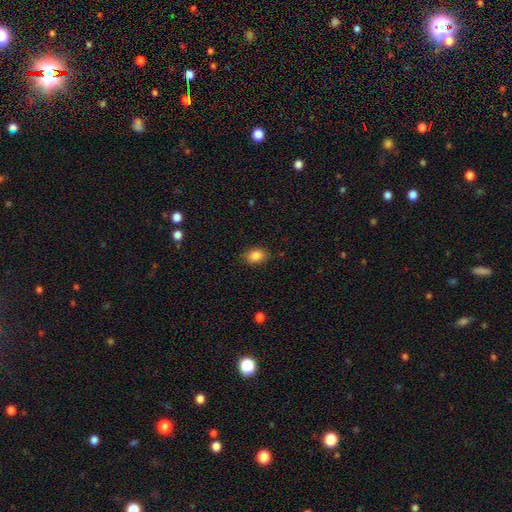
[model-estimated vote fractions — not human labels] Morphology: type=smooth (86%); roundness=in between (74%); merging=none (84%).